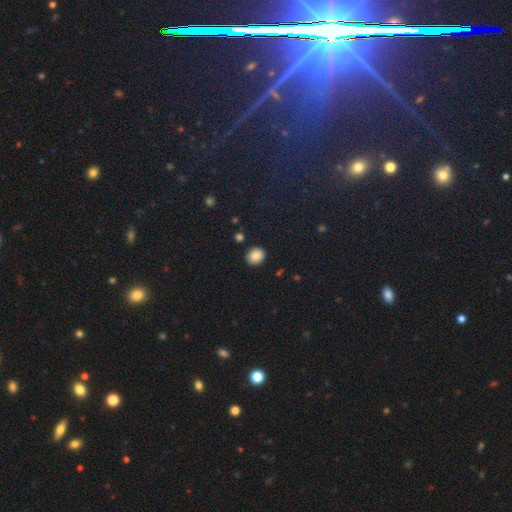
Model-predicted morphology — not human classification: This is clearly a smooth galaxy (87%). How rounded: likely round (71%). Merging: clearly none (88%).